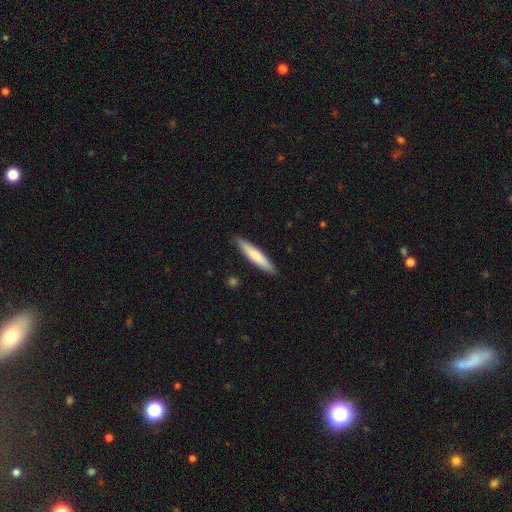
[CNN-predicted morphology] Smooth or featured: smooth — 74% (featured or disk — 21%)
How rounded: cigar-shaped — 89% (in between — 10%)
Merging: none — 90% (minor disturbance — 8%)